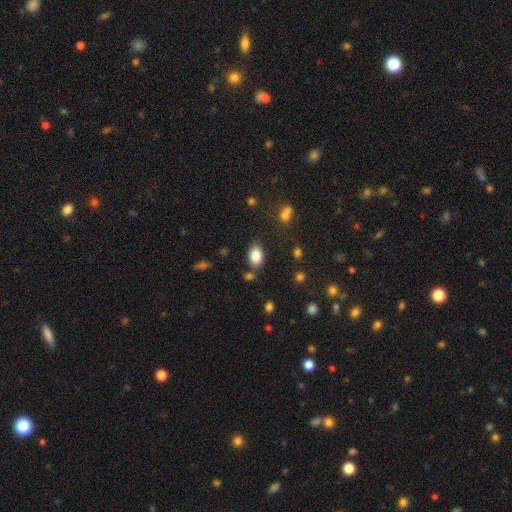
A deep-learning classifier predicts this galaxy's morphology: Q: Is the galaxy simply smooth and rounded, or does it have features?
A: smooth — 85%.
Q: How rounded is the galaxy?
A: in between — 89%.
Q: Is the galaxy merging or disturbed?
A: none — 78%.